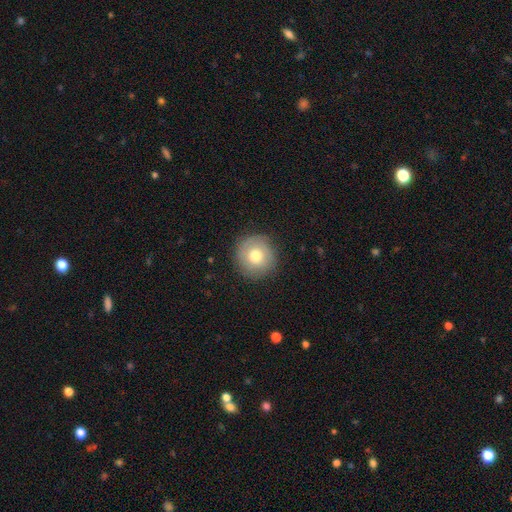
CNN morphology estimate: A smooth galaxy with no disk features (68%) that is round (94%).

Vote fractions:
- Smooth or featured? smooth: 68% / featured or disk: 24% / star or artifact: 9%
- How rounded? round: 94% / in between: 5% / cigar-shaped: 1%
- Merging? none: 85% / minor disturbance: 10% / major disturbance: 3% / merger: 1%